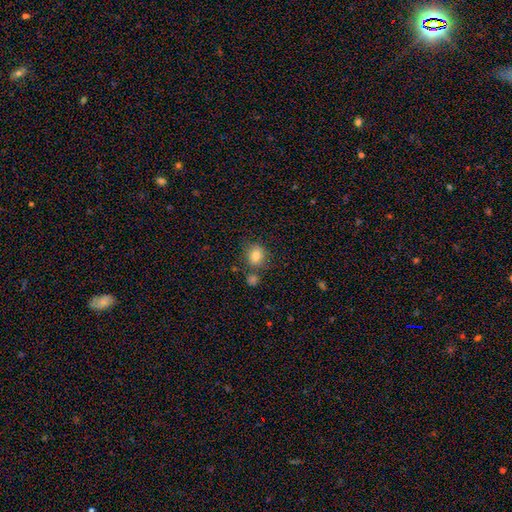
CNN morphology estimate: type=smooth (82%); roundness=round (57%); merging=none (70%).